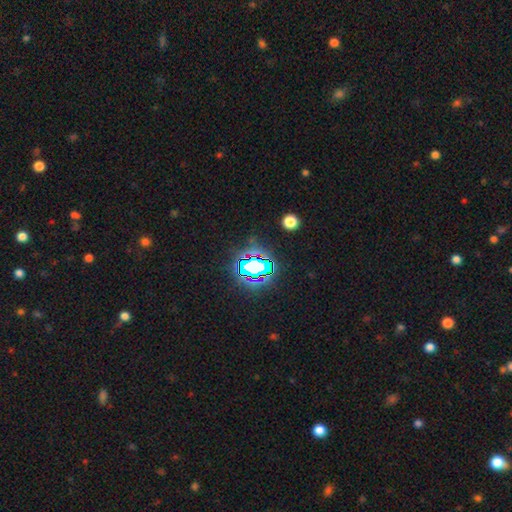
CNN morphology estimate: Overall: star or artifact (80%).